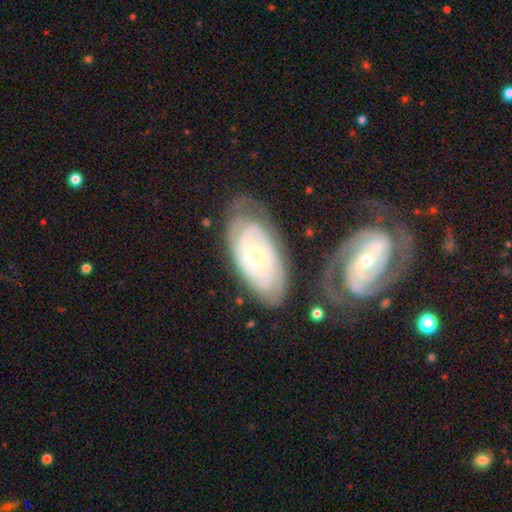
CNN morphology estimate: Smooth or featured: featured or disk — 80% (smooth — 14%)
Edge-on disk: no — 93% (yes — 7%)
Bar: no — 54% (weak — 34%)
Spiral arms: yes — 89% (no — 11%)
Spiral winding: tight — 76% (medium — 19%)
Spiral arm count: can't tell — 46% (2 — 29%)
Bulge size: moderate — 53% (small — 43%)
Merging: none — 63% (minor disturbance — 20%)